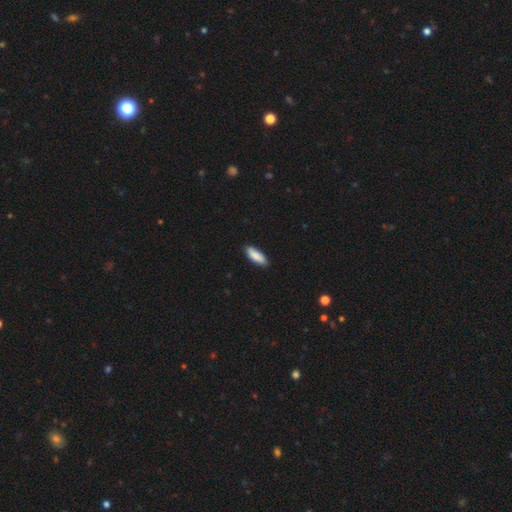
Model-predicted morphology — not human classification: Smooth or featured?
  - smooth: 87% *
  - featured or disk: 7%
  - star or artifact: 6%
How rounded?
  - in between: 66% *
  - cigar-shaped: 33%
  - round: 2%
Merging?
  - none: 86% *
  - minor disturbance: 11%
  - major disturbance: 2%
  - merger: 1%